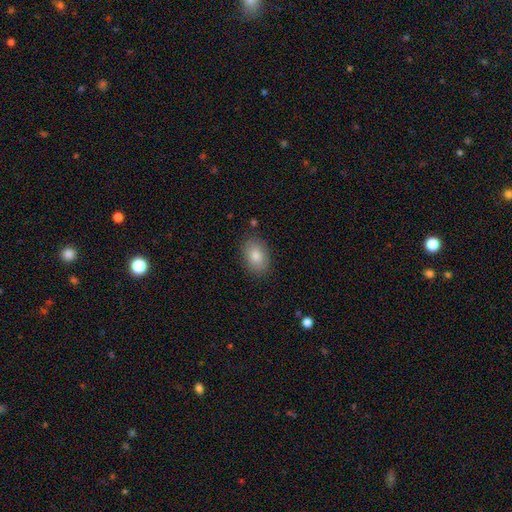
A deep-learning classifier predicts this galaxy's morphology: smooth_or_featured: smooth (p=0.83) [alt: featured or disk p=0.09]
how_rounded: in between (p=0.86) [alt: round p=0.13]
merging: none (p=0.87) [alt: minor disturbance p=0.10]